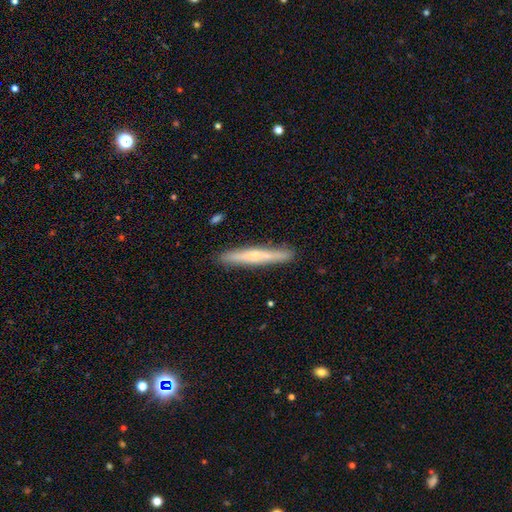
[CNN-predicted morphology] This is possibly a smooth galaxy (49%). Merging: clearly none (89%).